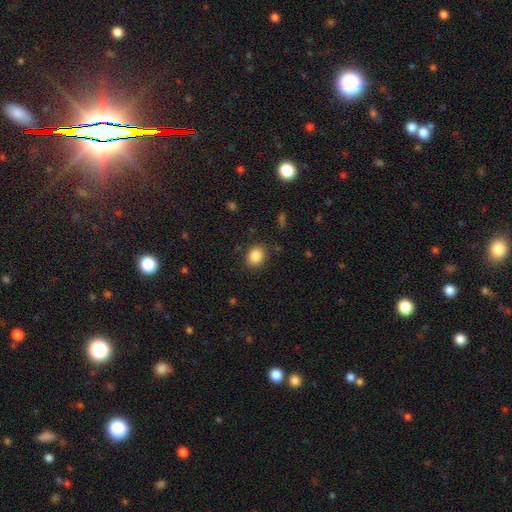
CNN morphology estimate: Smooth or featured: smooth — 86% (star or artifact — 9%)
How rounded: round — 58% (in between — 41%)
Merging: none — 86% (minor disturbance — 10%)